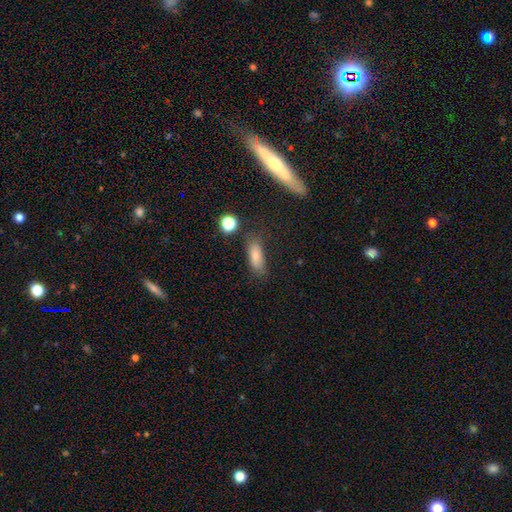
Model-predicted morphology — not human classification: Smooth or featured? Predicted: smooth (p=0.78). How rounded? Predicted: in between (p=0.72). Merging? Predicted: none (p=0.70).